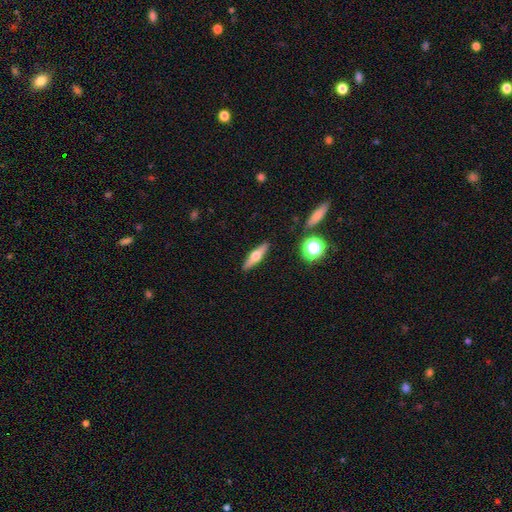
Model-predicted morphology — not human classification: Smooth or featured?
  - featured or disk: 51% *
  - smooth: 41%
  - star or artifact: 8%
Edge-on disk?
  - yes: 92% *
  - no: 8%
Merging?
  - none: 90% *
  - minor disturbance: 7%
  - major disturbance: 2%
  - merger: 2%